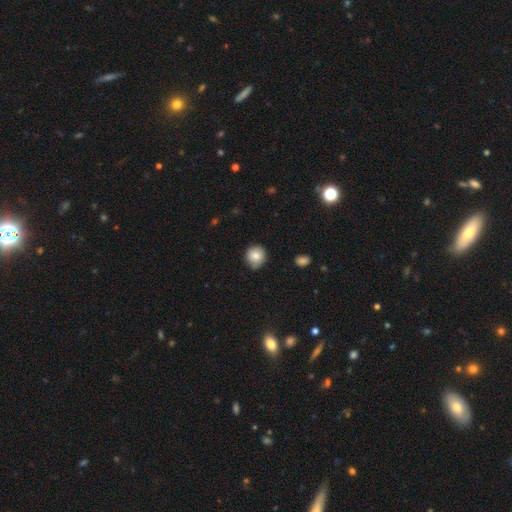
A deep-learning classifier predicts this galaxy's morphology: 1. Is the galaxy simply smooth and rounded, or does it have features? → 81% smooth, 11% featured or disk, 9% star or artifact.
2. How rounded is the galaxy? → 90% round, 9% in between, 1% cigar-shaped.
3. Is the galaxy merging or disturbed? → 82% none, 15% minor disturbance, 2% major disturbance, 1% merger.